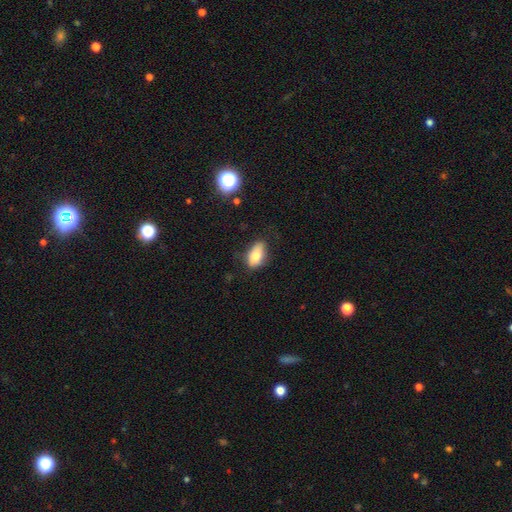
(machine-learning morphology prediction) A smooth galaxy with no disk features (78%) that is in between round and cigar-shaped (89%). Merging: none (68%).